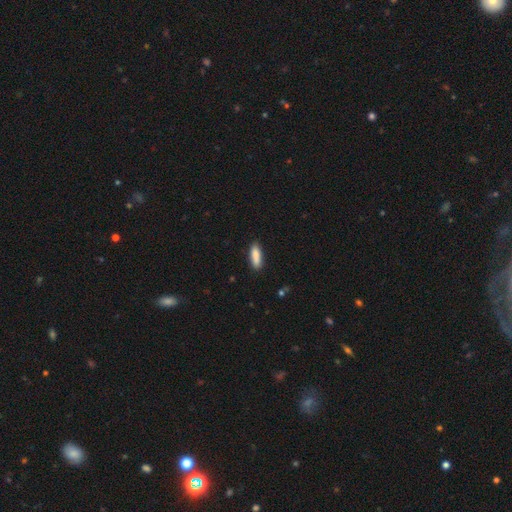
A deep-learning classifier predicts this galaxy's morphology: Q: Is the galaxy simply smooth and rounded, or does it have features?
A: smooth — 86%.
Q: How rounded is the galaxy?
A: cigar-shaped — 51%.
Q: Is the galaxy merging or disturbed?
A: none — 85%.